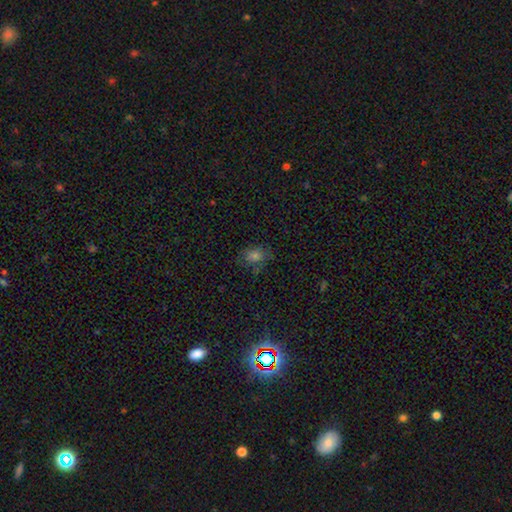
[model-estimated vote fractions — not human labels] This appears to be a smooth galaxy with no disk features (68%) that is in between round and cigar-shaped (53%). Merging: none (73%).